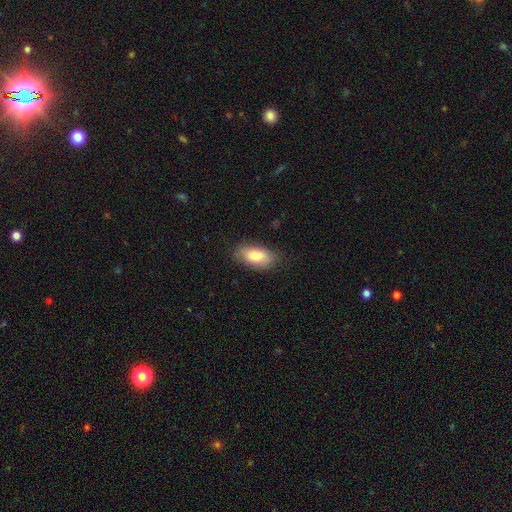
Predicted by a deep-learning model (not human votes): Morphology: type=smooth (82%); roundness=in between (90%); merging=none (81%).